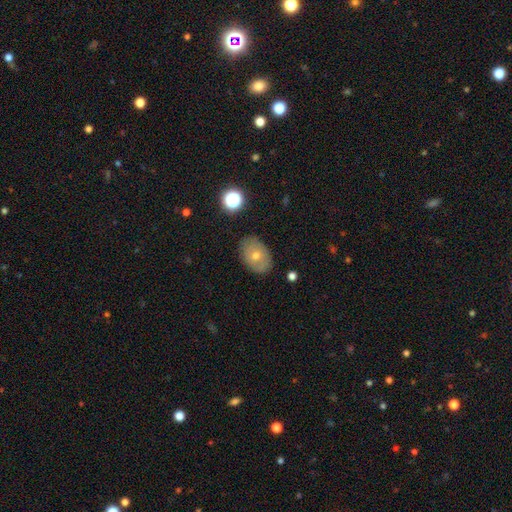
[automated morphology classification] Smooth or featured? smooth (58%)
How rounded? in between (78%)
Merging? none (84%)